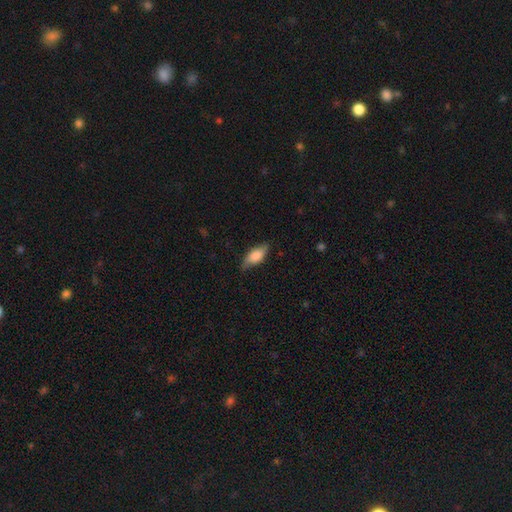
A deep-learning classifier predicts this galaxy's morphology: Smooth or featured? Predicted: smooth (p=0.71). How rounded? Predicted: in between (p=0.81). Merging? Predicted: none (p=0.72).